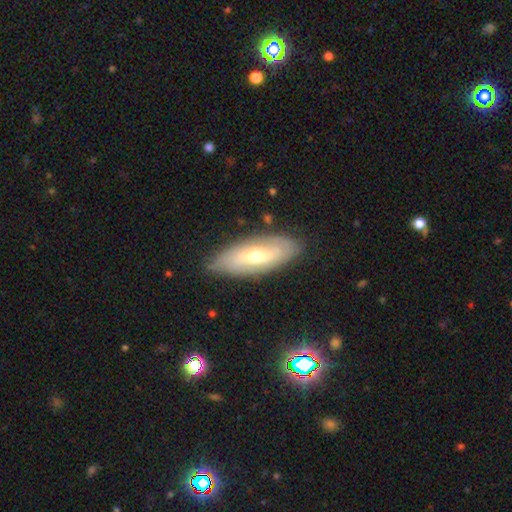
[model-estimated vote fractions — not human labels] smooth_or_featured: featured or disk (p=0.58) [alt: smooth p=0.36]
disk_edge_on: no (p=0.81) [alt: yes p=0.19]
merging: none (p=0.80) [alt: minor disturbance p=0.15]